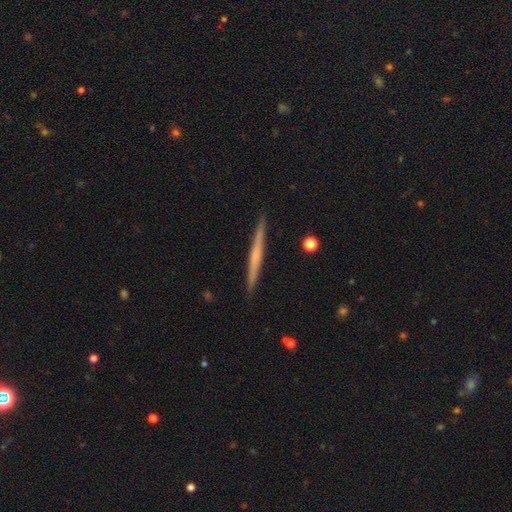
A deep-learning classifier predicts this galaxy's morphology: This is possibly a featured or disk galaxy (57%). It is clearly viewed edge-on (98%). Edge-on bulge: likely none (69%). Merging: clearly none (92%).